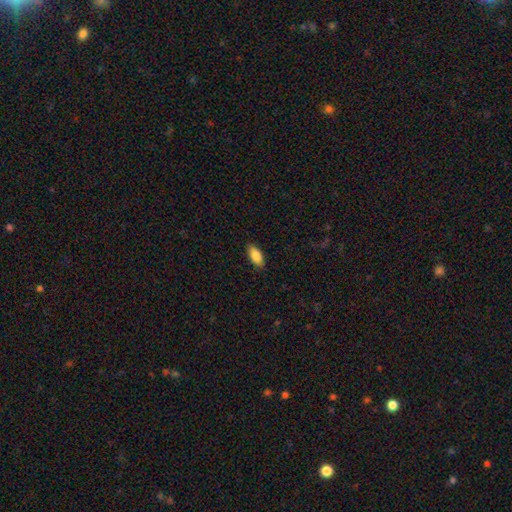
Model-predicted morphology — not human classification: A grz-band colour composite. It shows a smooth galaxy with no disk features (87%) that is in between round and cigar-shaped (88%). Merging: none (86%).